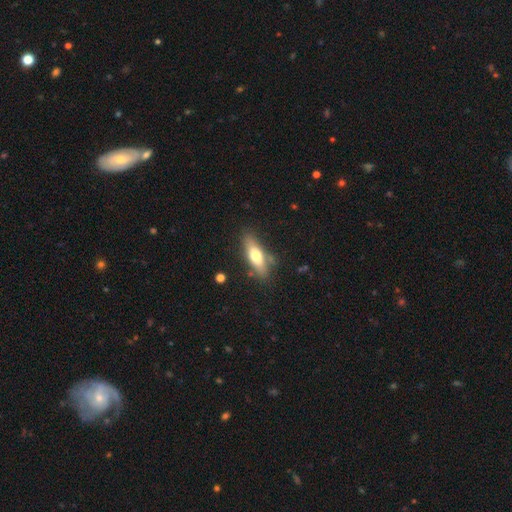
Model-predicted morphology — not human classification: smooth 61%, featured or disk 32%, star or artifact 6%. Down the decision tree: how rounded — in between (53%); merging — none (77%).